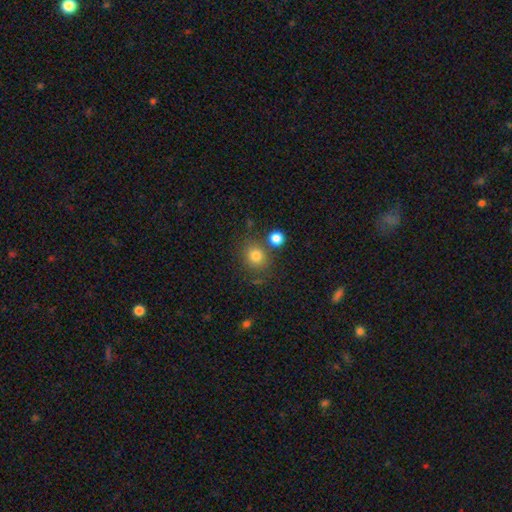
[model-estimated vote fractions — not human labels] Smooth or featured: smooth — 81% (star or artifact — 12%)
How rounded: round — 80% (in between — 19%)
Merging: none — 71% (merger — 14%)